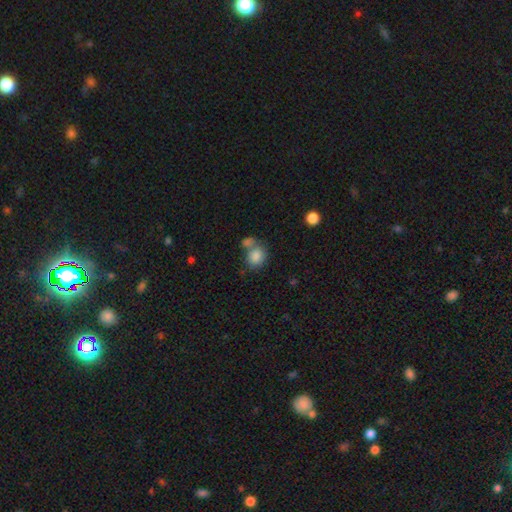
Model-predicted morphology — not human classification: smooth_or_featured: smooth (p=0.84) [alt: star or artifact p=0.09]
how_rounded: round (p=0.60) [alt: in between p=0.39]
merging: none (p=0.43) [alt: merger p=0.38]